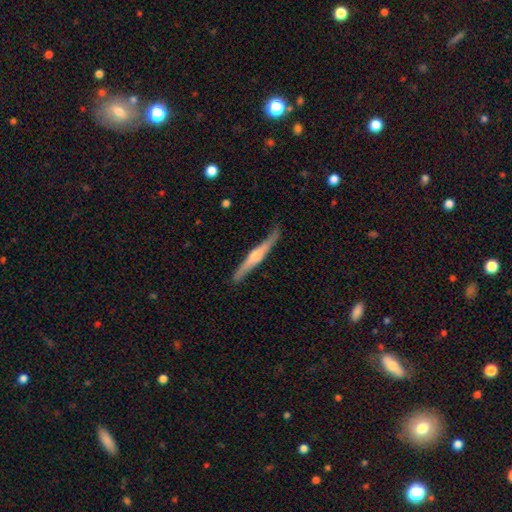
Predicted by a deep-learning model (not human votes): Smooth or featured? featured or disk (72%)
Edge-on disk? yes (97%)
Edge-on bulge? rounded (86%)
Merging? none (84%)